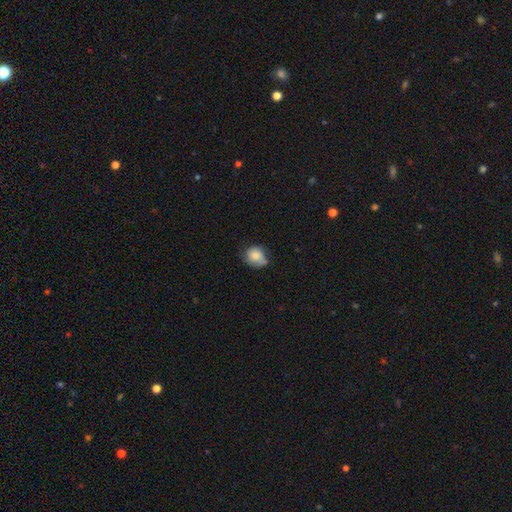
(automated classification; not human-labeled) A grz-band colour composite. It shows a smooth galaxy with no disk features (77%) that is round (66%). Merging: none (49%).